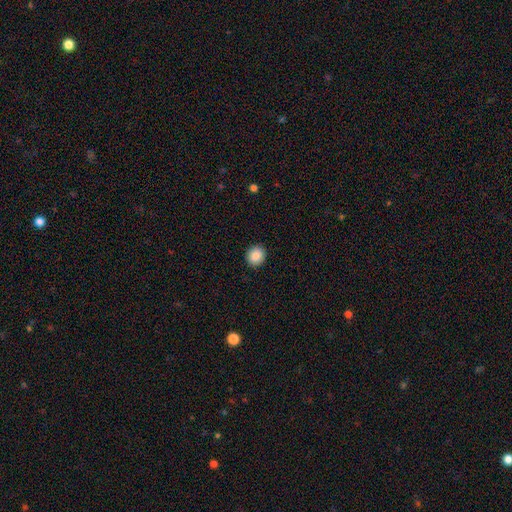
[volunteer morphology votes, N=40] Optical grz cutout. It shows a smooth galaxy with no disk features (90%) that is round (83%). Merging: none (81%).